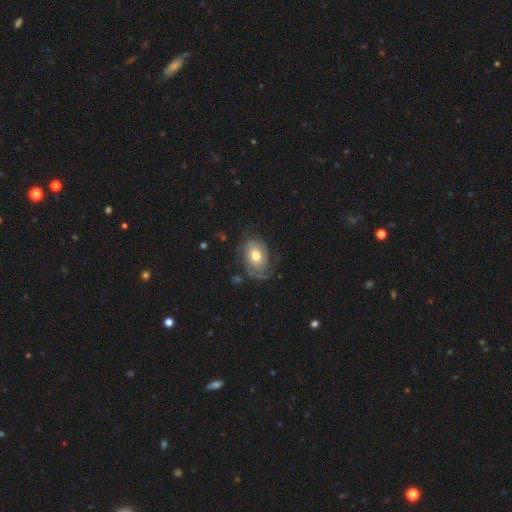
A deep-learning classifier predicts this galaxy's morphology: A featured or disk galaxy (68%) with no bar (75%), 2 (41%) tight (50%) spiral arms (85%) and a moderate central bulge (69%).

Vote fractions:
- Smooth or featured? featured or disk: 68% / smooth: 25% / star or artifact: 6%
- Edge-on disk? no: 96% / yes: 4%
- Bar? no: 75% / weak: 20% / strong: 5%
- Spiral arms? yes: 85% / no: 15%
- Spiral winding? tight: 50% / medium: 33% / loose: 17%
- Spiral arm count? 2: 41% / can't tell: 29% / 1: 14% / 3: 10% / 4: 3% / more than 4: 3%
- Bulge size? moderate: 69% / large: 17% / small: 12% / dominant: 2% / none: 1%
- Merging? none: 58% / minor disturbance: 23% / major disturbance: 17% / merger: 2%